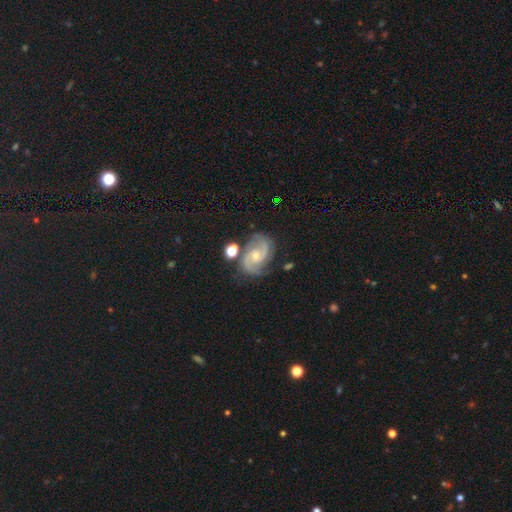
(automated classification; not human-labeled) smooth-or-featured: featured or disk: 90% | star or artifact: 6% | smooth: 5%
  disk-edge-on: no: 98% | yes: 2%
    bar: no: 56% | weak: 36% | strong: 8%
    has-spiral-arms: yes: 98% | no: 2%
      spiral-winding: medium: 58% | tight: 31% | loose: 12%
      spiral-arm-count: 2: 87% | 3: 6% | can't tell: 3% | 1: 1% | 4: 1% | more than 4: 1%
    bulge-size: small: 58% | moderate: 37% | none: 3% | large: 1% | dominant: 1%
  merging: none: 71% | minor disturbance: 17% | merger: 6% | major disturbance: 5%